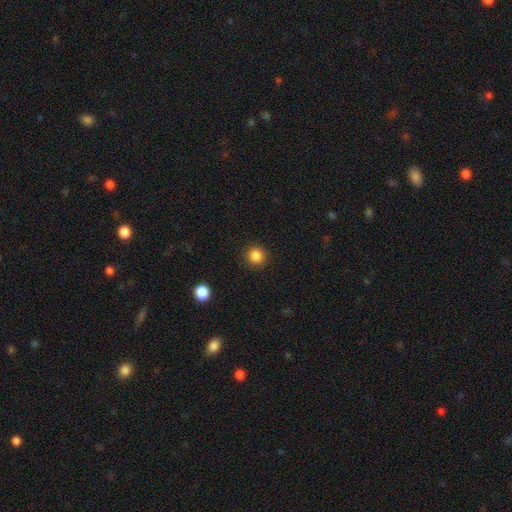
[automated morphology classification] Smooth or featured? Predicted: smooth (p=0.85). How rounded? Predicted: round (p=0.92). Merging? Predicted: none (p=0.91).